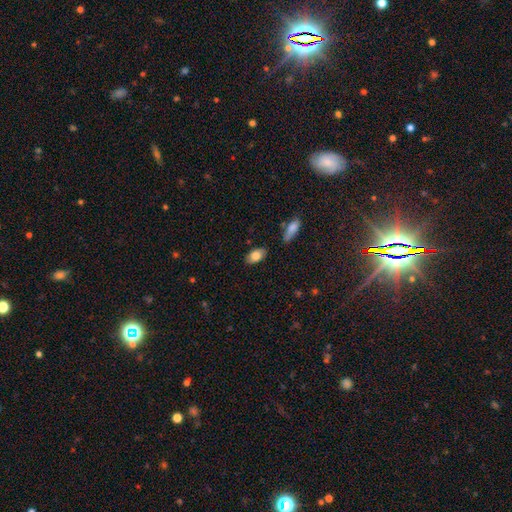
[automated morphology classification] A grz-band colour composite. It shows a smooth galaxy with no disk features (79%) that is in between round and cigar-shaped (92%). Merging: none (81%).